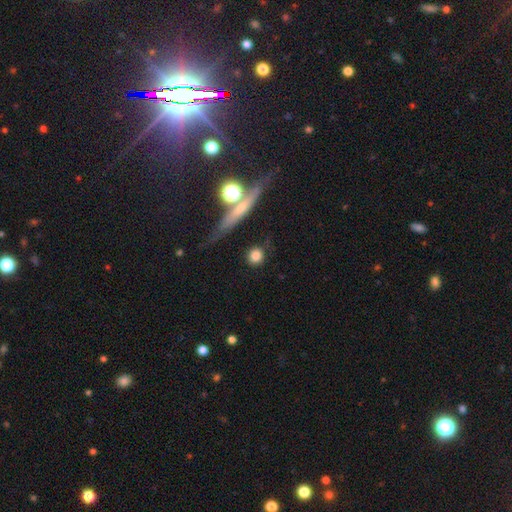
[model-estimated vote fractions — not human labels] Q: Smooth or featured?
A: smooth (81%); runner-up: featured or disk (10%)
Q: How rounded?
A: round (88%); runner-up: in between (8%)
Q: Merging?
A: none (81%); runner-up: minor disturbance (10%)